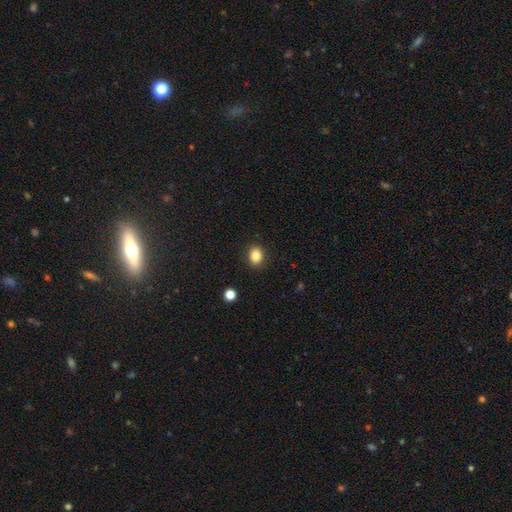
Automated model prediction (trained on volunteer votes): Morphology: type=smooth (84%); roundness=round (51%); merging=none (89%).